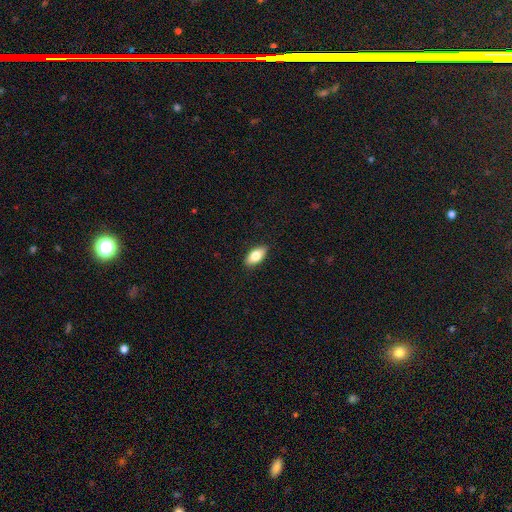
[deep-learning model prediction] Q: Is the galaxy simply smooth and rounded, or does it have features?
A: smooth — 80%.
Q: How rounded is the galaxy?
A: in between — 91%.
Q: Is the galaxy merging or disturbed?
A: none — 90%.